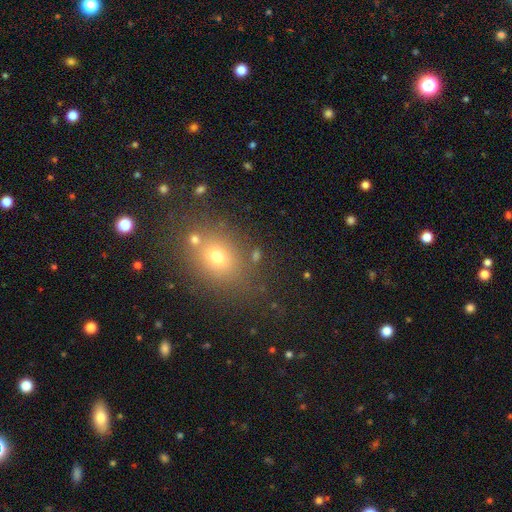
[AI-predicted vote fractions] Smooth or featured?
  - smooth: 65% *
  - star or artifact: 22%
  - featured or disk: 13%
How rounded?
  - round: 49% * (tied)
  - in between: 49% * (tied)
  - cigar-shaped: 2%
Merging?
  - none: 71% *
  - merger: 12%
  - minor disturbance: 11%
  - major disturbance: 5%